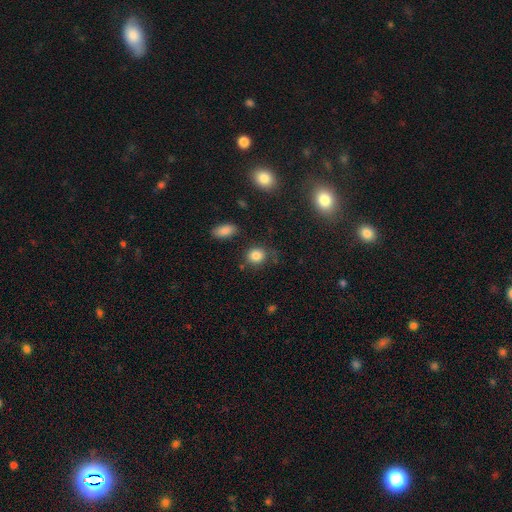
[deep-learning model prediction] This is clearly a smooth galaxy (84%). How rounded: likely round (76%). Merging: likely none (75%).